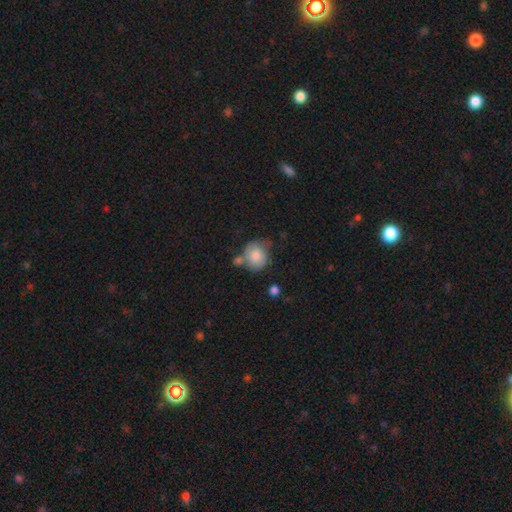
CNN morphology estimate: smooth-or-featured: smooth: 75% | featured or disk: 18% | star or artifact: 7%
  how-rounded: round: 77% | in between: 22% | cigar-shaped: 1%
  merging: none: 43% | minor disturbance: 26% | merger: 19% | major disturbance: 11%